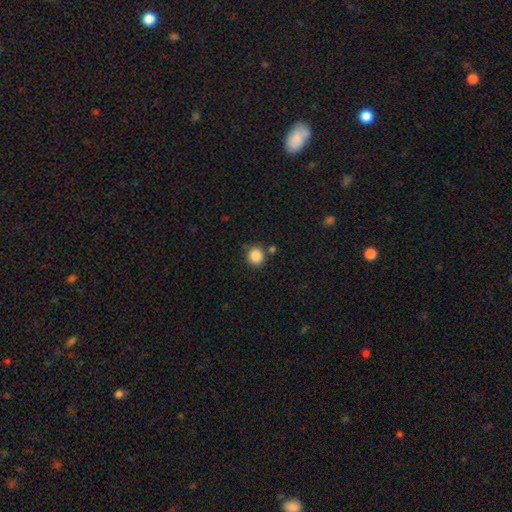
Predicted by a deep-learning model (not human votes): Smooth or featured: smooth — 87% (star or artifact — 10%)
How rounded: round — 89% (in between — 10%)
Merging: none — 82% (minor disturbance — 9%)